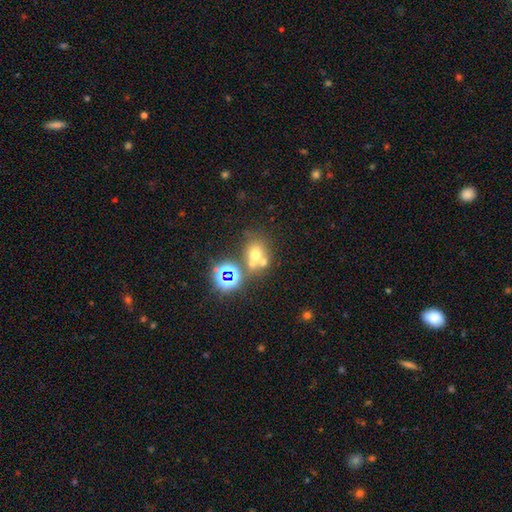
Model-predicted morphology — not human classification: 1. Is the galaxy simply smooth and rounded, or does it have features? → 56% smooth, 27% star or artifact, 17% featured or disk.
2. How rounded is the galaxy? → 62% round, 36% in between, 1% cigar-shaped.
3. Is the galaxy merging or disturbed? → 45% none, 38% merger, 10% minor disturbance, 6% major disturbance.